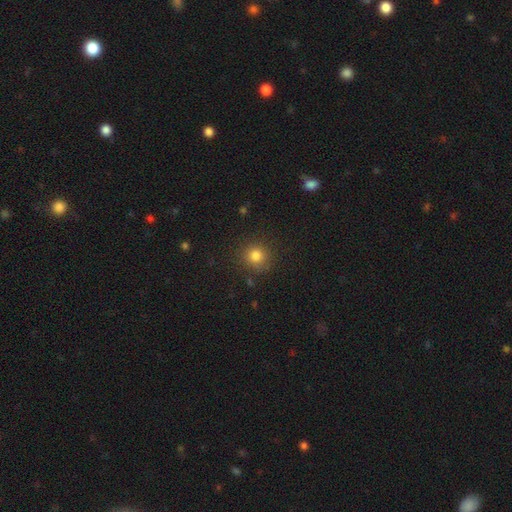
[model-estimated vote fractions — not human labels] Smooth or featured?
  - smooth: 82% *
  - star or artifact: 13%
  - featured or disk: 5%
How rounded?
  - round: 90% *
  - in between: 9%
  - cigar-shaped: 1%
Merging?
  - none: 85% *
  - minor disturbance: 10%
  - major disturbance: 3%
  - merger: 2%